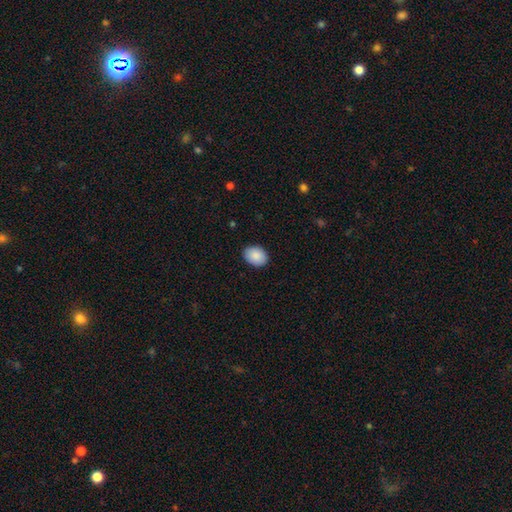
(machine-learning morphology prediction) Smooth or featured: smooth — 89% (star or artifact — 7%)
How rounded: in between — 71% (round — 28%)
Merging: none — 89% (minor disturbance — 8%)